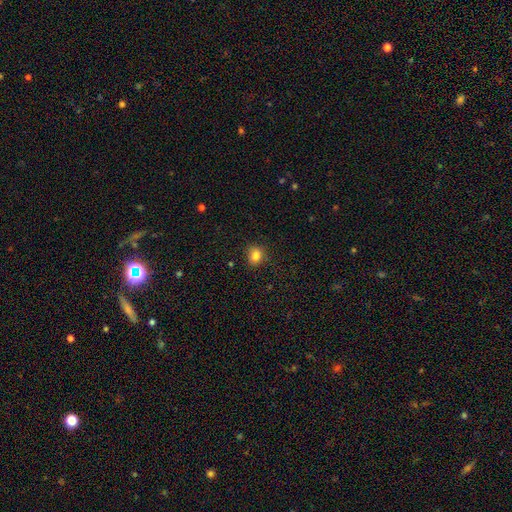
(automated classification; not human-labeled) smooth 83%, star or artifact 11%, featured or disk 5%. Down the decision tree: how rounded — round (60%); merging — none (84%).